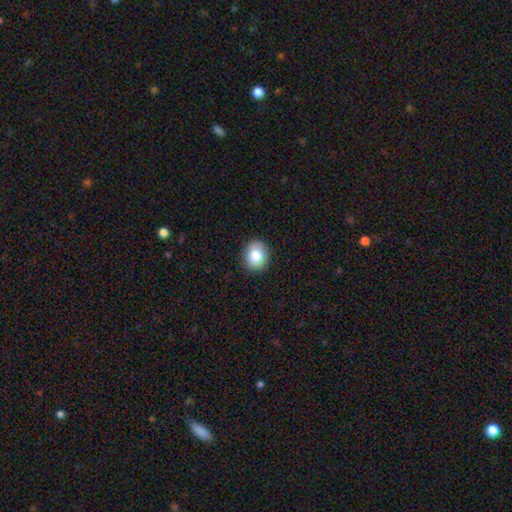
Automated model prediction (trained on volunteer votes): Smooth or featured: smooth — 83% (featured or disk — 9%)
How rounded: round — 65% (in between — 34%)
Merging: none — 90% (minor disturbance — 7%)